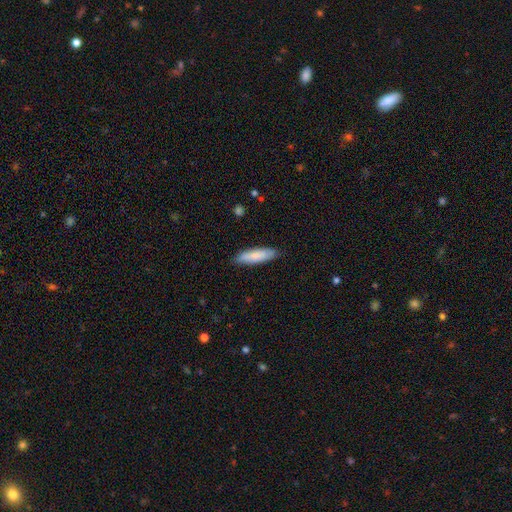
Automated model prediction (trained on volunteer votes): Morphology: type=smooth (79%); roundness=cigar-shaped (64%); merging=none (84%).